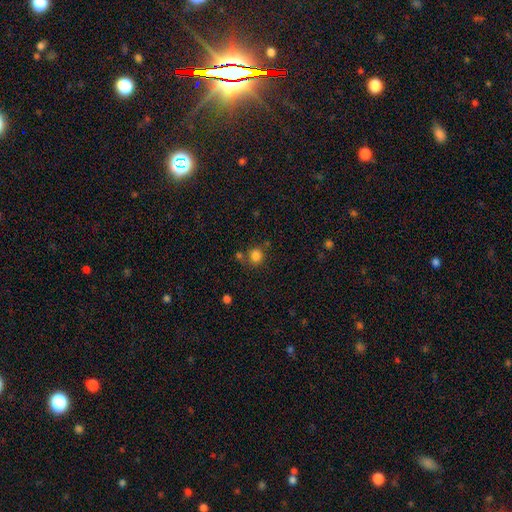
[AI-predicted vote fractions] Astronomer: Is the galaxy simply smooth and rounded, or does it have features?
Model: smooth — 82%.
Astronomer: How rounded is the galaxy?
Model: round — 80%.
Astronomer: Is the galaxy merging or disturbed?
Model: none — 70%.